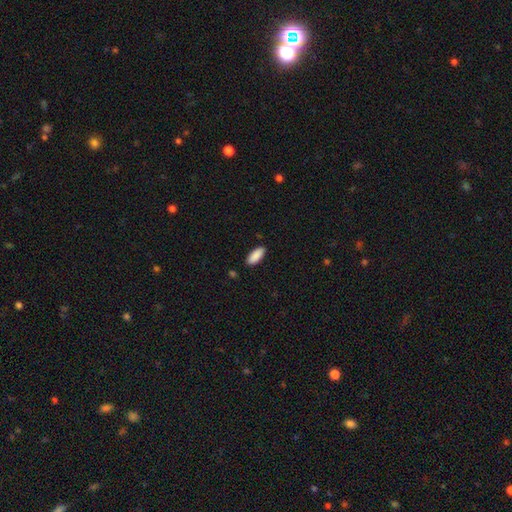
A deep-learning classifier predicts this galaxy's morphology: smooth_or_featured: smooth (p=0.90) [alt: star or artifact p=0.06]
how_rounded: in between (p=0.79) [alt: cigar-shaped p=0.20]
merging: none (p=0.88) [alt: minor disturbance p=0.09]